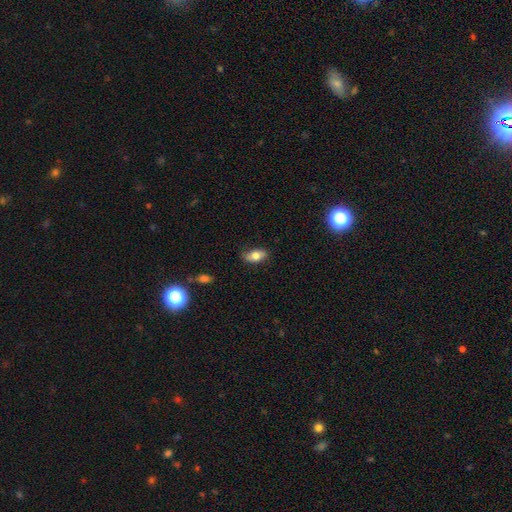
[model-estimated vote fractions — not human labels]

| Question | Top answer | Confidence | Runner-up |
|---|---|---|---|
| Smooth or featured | smooth | 77% | featured or disk (16%) |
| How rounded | in between | 90% | round (5%) |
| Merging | none | 82% | minor disturbance (15%) |